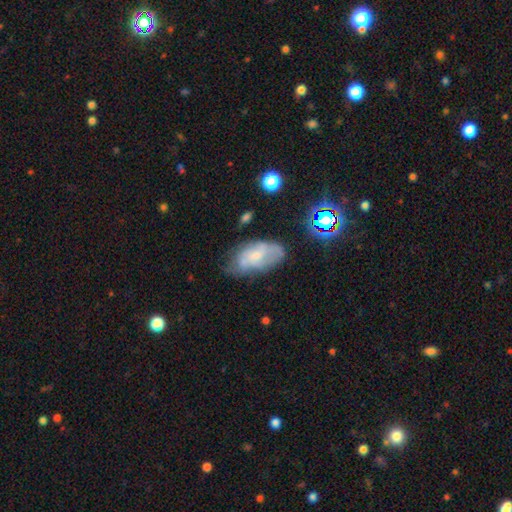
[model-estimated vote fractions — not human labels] Smooth or featured: featured or disk — 48% (smooth — 42%)
Merging: none — 51% (minor disturbance — 32%)